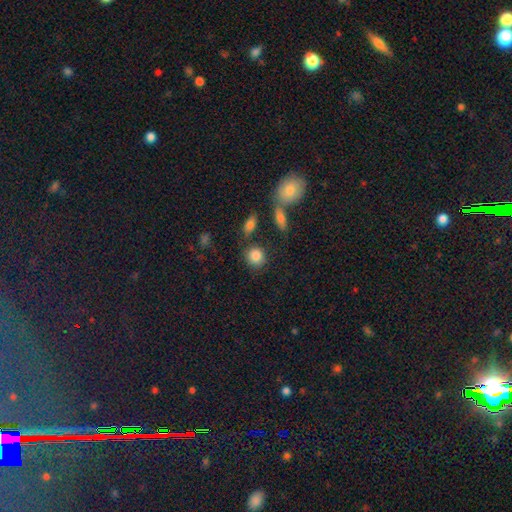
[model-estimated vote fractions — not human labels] Smooth or featured? smooth (86%)
How rounded? round (76%)
Merging? none (76%)